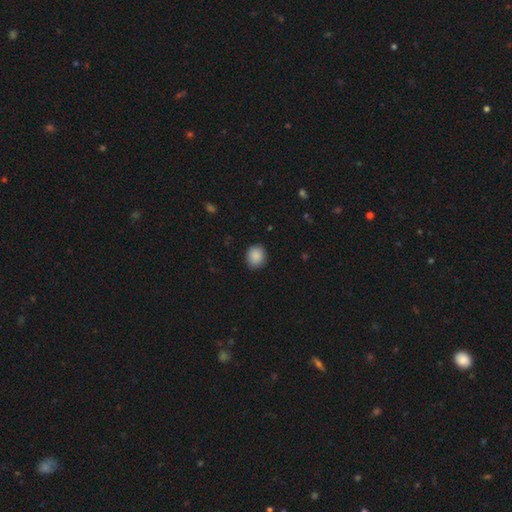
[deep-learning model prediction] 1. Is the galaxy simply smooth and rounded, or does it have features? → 89% smooth, 8% star or artifact, 3% featured or disk.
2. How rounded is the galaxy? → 71% round, 28% in between, 1% cigar-shaped.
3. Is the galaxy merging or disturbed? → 88% none, 9% minor disturbance, 2% major disturbance, 1% merger.